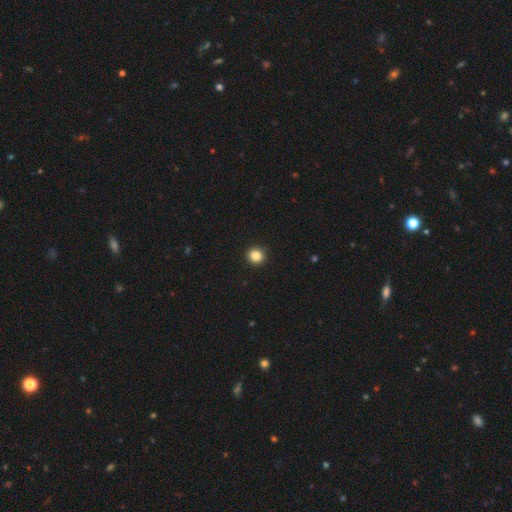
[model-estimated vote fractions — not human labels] A smooth galaxy with no disk features (86%) that is round (91%). Merging: none (93%).